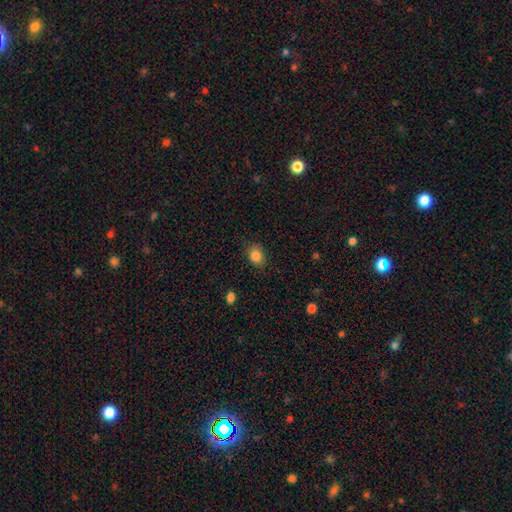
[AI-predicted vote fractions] Smooth or featured? Predicted: smooth (p=0.85). How rounded? Predicted: in between (p=0.53). Merging? Predicted: none (p=0.82).